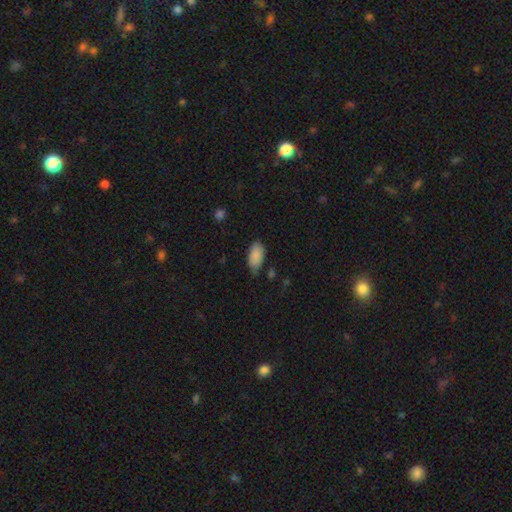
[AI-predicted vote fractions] Smooth or featured: smooth — 88% (star or artifact — 7%)
How rounded: in between — 94% (cigar-shaped — 3%)
Merging: none — 66% (minor disturbance — 27%)